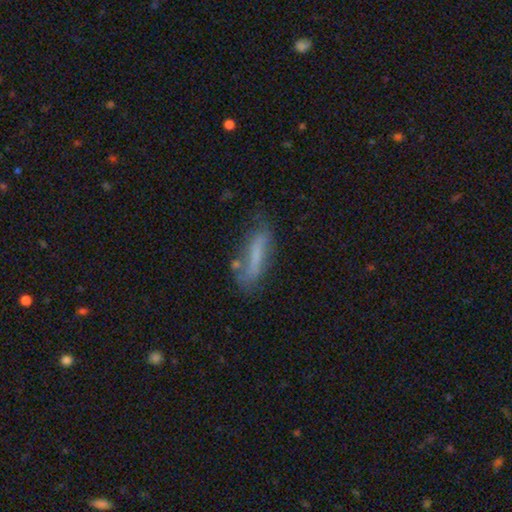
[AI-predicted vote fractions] Morphology: type=smooth (57%); roundness=cigar-shaped (67%); merging=none (57%).